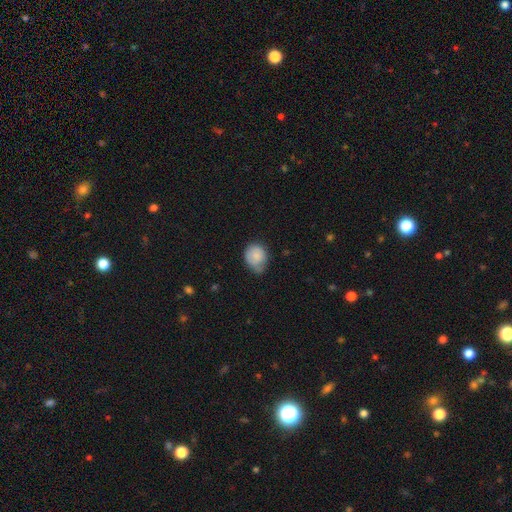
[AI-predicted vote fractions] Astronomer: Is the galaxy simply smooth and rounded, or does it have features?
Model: smooth — 81%.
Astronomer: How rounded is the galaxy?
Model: round — 57% (runner-up: in between, 42%).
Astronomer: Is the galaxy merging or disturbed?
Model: minor disturbance — 44% (runner-up: none, 42%).